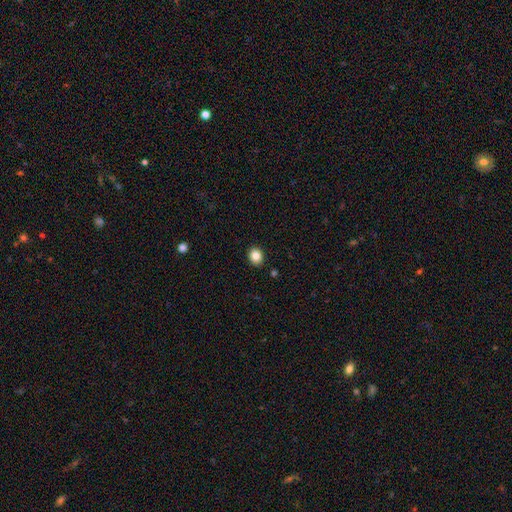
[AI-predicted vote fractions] smooth_or_featured: smooth (p=0.85) [alt: star or artifact p=0.10]
how_rounded: round (p=0.60) [alt: in between p=0.39]
merging: none (p=0.90) [alt: minor disturbance p=0.07]